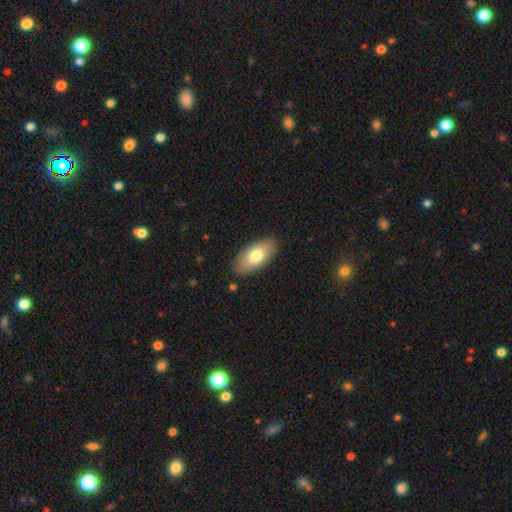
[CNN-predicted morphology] smooth_or_featured: smooth (p=0.75) [alt: featured or disk p=0.19]
how_rounded: in between (p=0.91) [alt: cigar-shaped p=0.06]
merging: none (p=0.86) [alt: minor disturbance p=0.10]